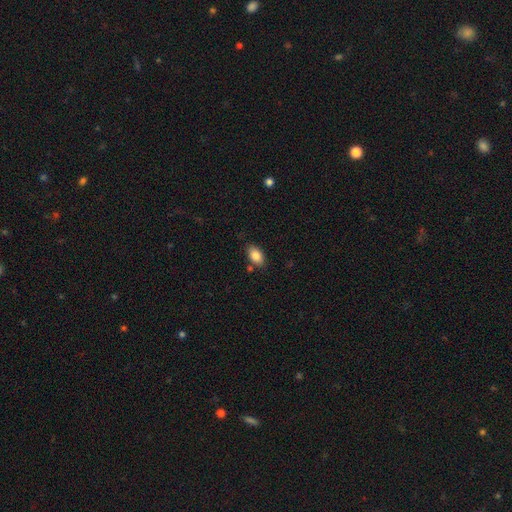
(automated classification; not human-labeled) Morphology: type=smooth (85%); roundness=in between (91%); merging=none (79%).